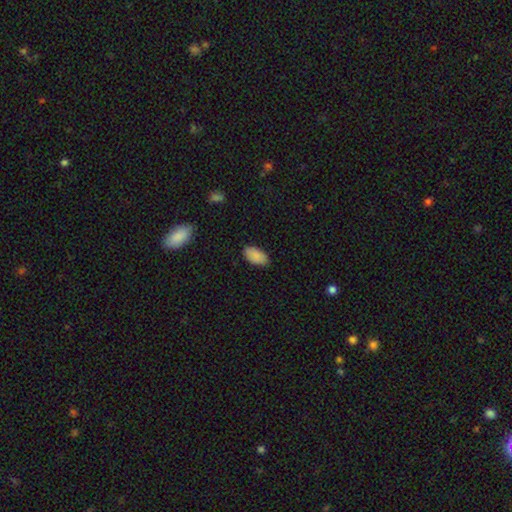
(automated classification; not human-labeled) A smooth galaxy with no disk features (89%) that is in between round and cigar-shaped (95%). Merging: none (85%).